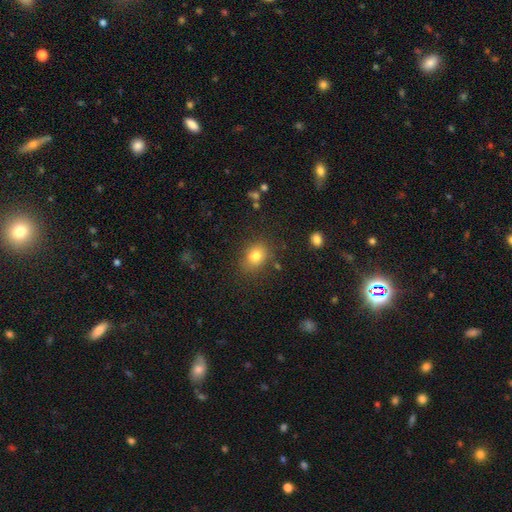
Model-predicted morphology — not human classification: Smooth or featured?
  - smooth: 79% *
  - star or artifact: 12%
  - featured or disk: 9%
How rounded?
  - in between: 51% *
  - round: 48%
  - cigar-shaped: 1%
Merging?
  - none: 81% *
  - minor disturbance: 13%
  - major disturbance: 4%
  - merger: 2%